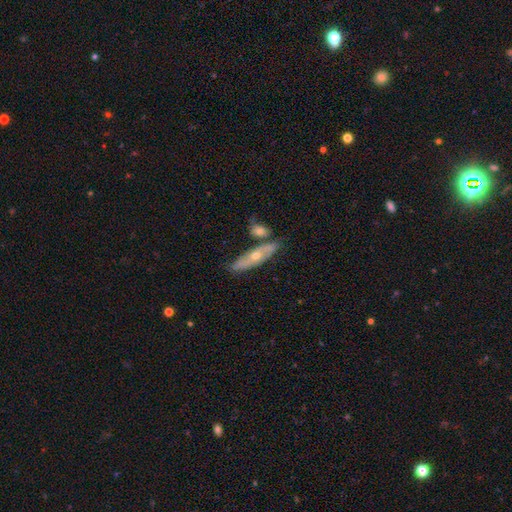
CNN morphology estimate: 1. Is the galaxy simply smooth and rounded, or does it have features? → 58% featured or disk, 36% smooth, 7% star or artifact.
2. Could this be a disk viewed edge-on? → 53% yes, 47% no.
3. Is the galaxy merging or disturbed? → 67% none, 15% merger, 14% minor disturbance, 4% major disturbance.